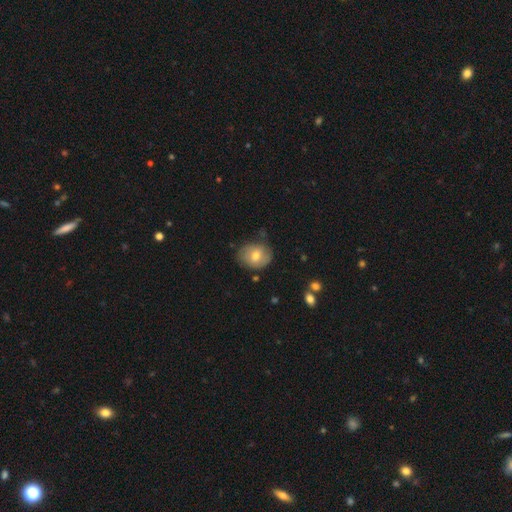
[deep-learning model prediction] Smooth or featured?
  - smooth: 65% *
  - featured or disk: 27%
  - star or artifact: 8%
How rounded?
  - round: 54% *
  - in between: 45%
  - cigar-shaped: 1%
Merging?
  - none: 73% *
  - minor disturbance: 20%
  - major disturbance: 5%
  - merger: 2%